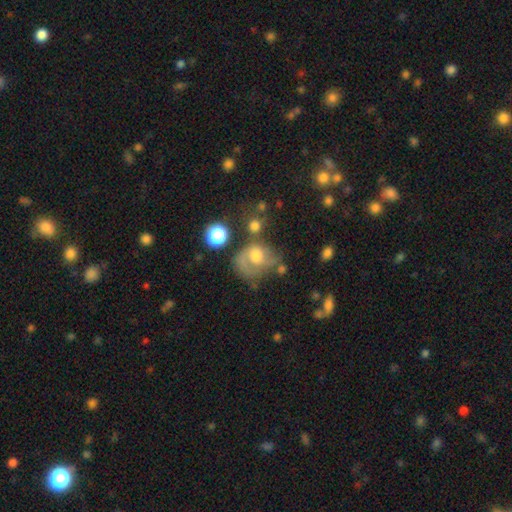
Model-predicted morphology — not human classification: type=featured or disk (51%); edge-on=no (97%); merging=major disturbance (36%).